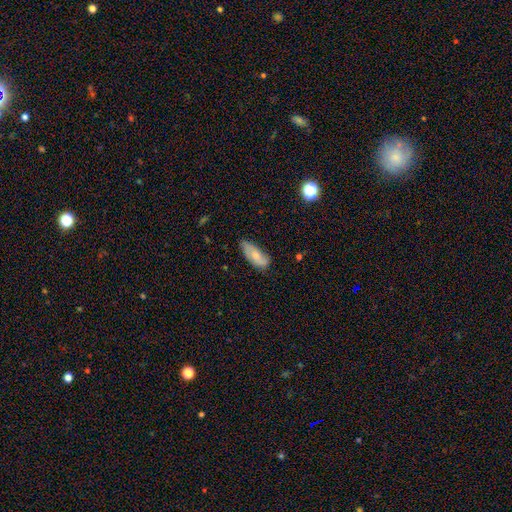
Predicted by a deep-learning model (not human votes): A smooth galaxy with no disk features (56%) that is in between round and cigar-shaped (80%). Merging: none (63%).